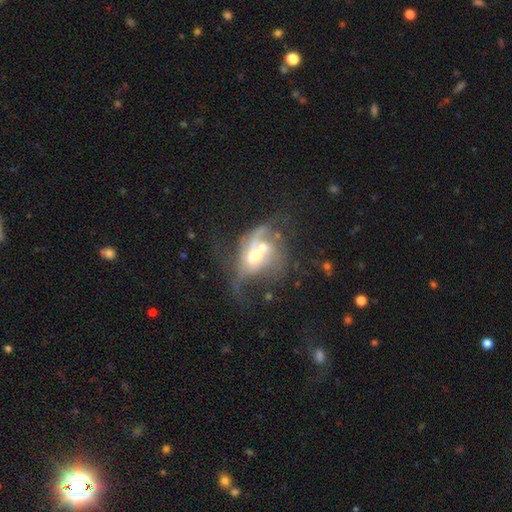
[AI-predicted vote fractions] A featured or disk galaxy (64%) with no bar (68%), spiral arms (55%) and a moderate central bulge (62%). Merging: merger (53%).